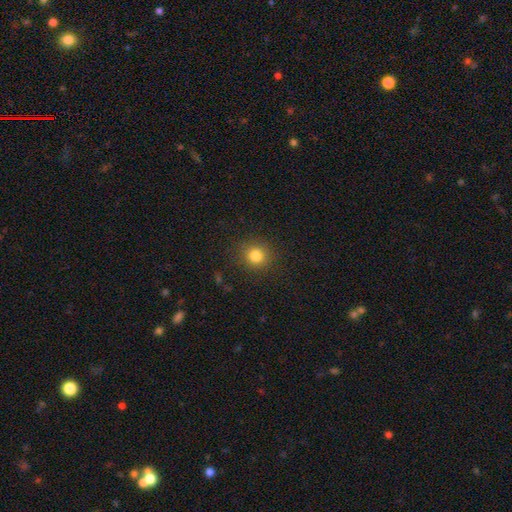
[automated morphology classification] Smooth or featured: smooth — 82% (star or artifact — 13%)
How rounded: round — 92% (in between — 7%)
Merging: none — 90% (minor disturbance — 7%)